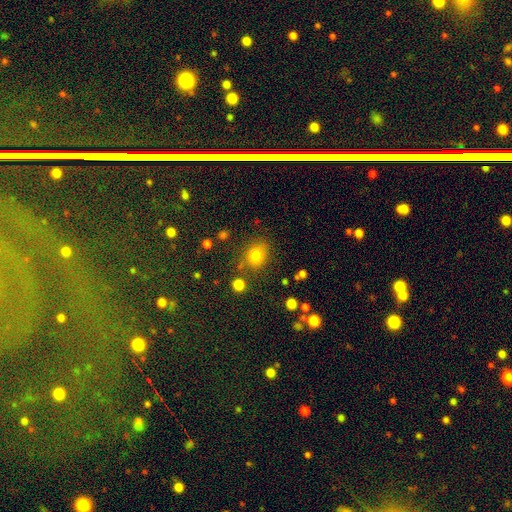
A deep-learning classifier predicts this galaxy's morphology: Smooth or featured?
  - smooth: 79% *
  - star or artifact: 13%
  - featured or disk: 7%
How rounded?
  - round: 60% *
  - in between: 39%
  - cigar-shaped: 1%
Merging?
  - none: 74% *
  - minor disturbance: 14%
  - merger: 7%
  - major disturbance: 5%